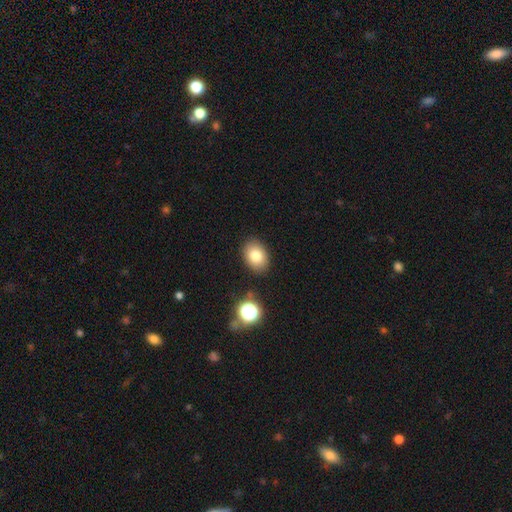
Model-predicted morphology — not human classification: Overall: smooth (80%). How rounded: in between (74%). Merging: none (86%).